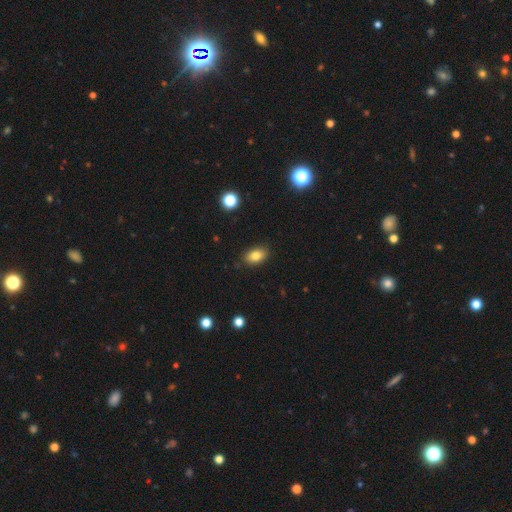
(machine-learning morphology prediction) Q: Smooth or featured?
A: smooth (83%); runner-up: star or artifact (9%)
Q: How rounded?
A: in between (88%); runner-up: round (10%)
Q: Merging?
A: none (86%); runner-up: minor disturbance (10%)